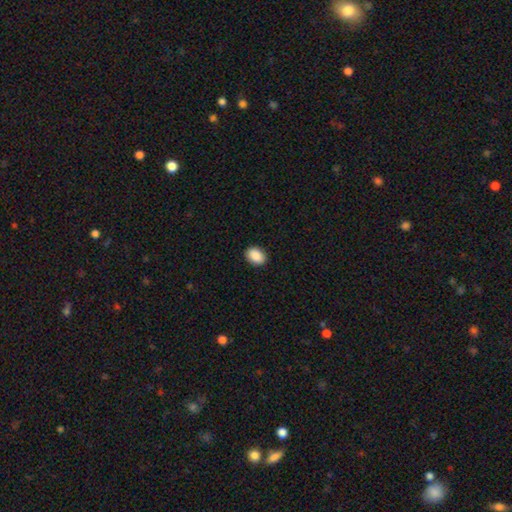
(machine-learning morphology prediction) Smooth or featured: smooth — 89% (star or artifact — 7%)
How rounded: in between — 74% (round — 25%)
Merging: none — 90% (minor disturbance — 7%)